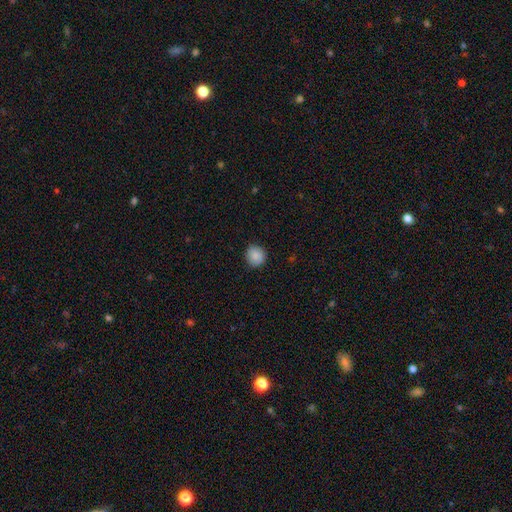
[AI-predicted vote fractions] smooth-or-featured: smooth: 88% | star or artifact: 8% | featured or disk: 4%
  how-rounded: round: 90% | in between: 9% | cigar-shaped: 1%
  merging: none: 89% | minor disturbance: 8% | major disturbance: 2% | merger: 1%